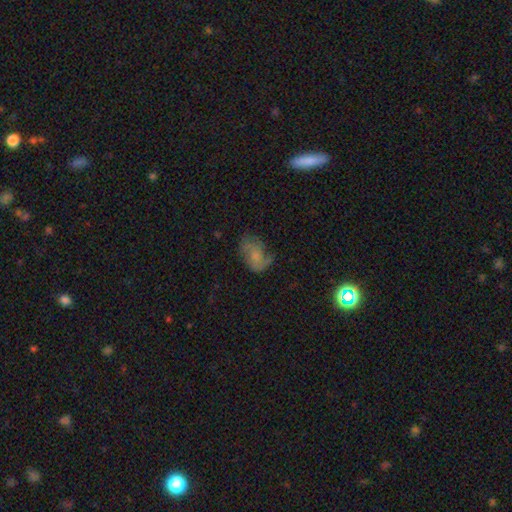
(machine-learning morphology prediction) Smooth or featured? smooth (46%)
Merging? none (48%)